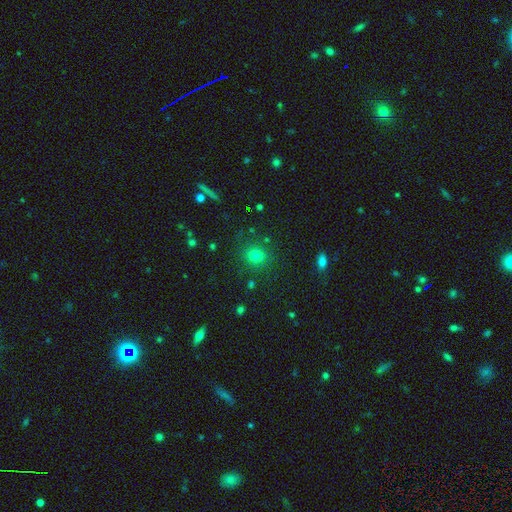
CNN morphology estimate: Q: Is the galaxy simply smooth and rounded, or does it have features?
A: smooth — 76%.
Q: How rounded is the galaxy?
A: round — 75%.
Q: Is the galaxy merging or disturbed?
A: none — 83%.